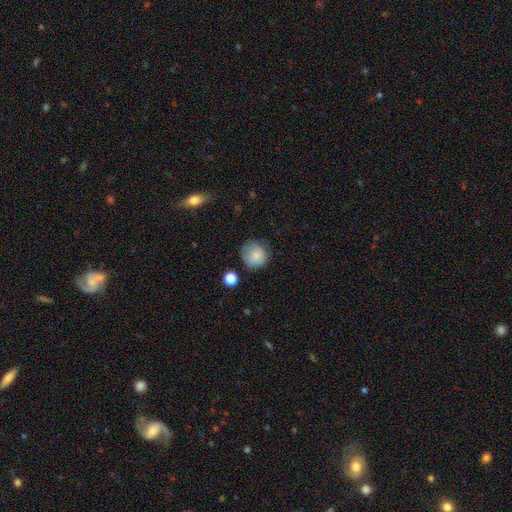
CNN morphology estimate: A smooth galaxy with no disk features (79%) that is round (89%).

Vote fractions:
- Smooth or featured? smooth: 79% / featured or disk: 12% / star or artifact: 9%
- How rounded? round: 89% / in between: 10% / cigar-shaped: 1%
- Merging? none: 71% / minor disturbance: 20% / major disturbance: 6% / merger: 2%